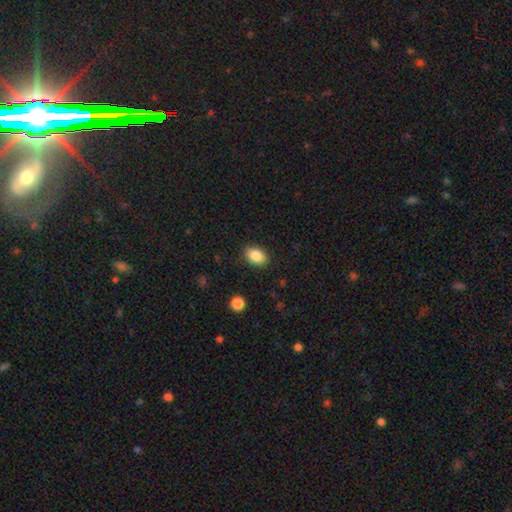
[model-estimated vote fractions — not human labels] The model was most divided on "how rounded": in between: 83%, round: 15%, cigar-shaped: 1%. More confident: merging — none (87%); smooth or featured — smooth (86%).